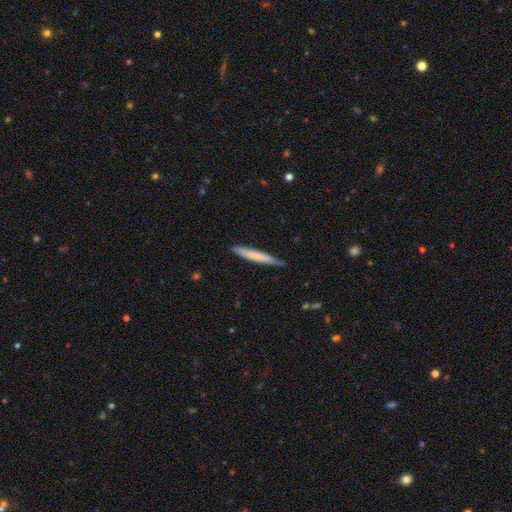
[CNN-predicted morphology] Smooth or featured?
  - smooth: 71% *
  - featured or disk: 24%
  - star or artifact: 5%
How rounded?
  - cigar-shaped: 95% *
  - in between: 4%
  - round: 1%
Merging?
  - none: 82% *
  - minor disturbance: 15%
  - major disturbance: 2%
  - merger: 1%